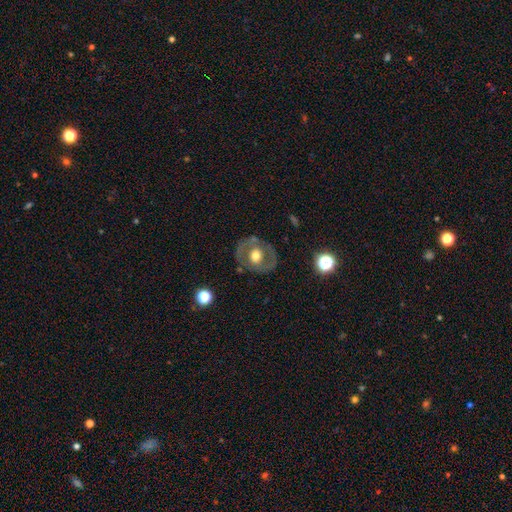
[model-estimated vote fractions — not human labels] This is possibly a featured or disk galaxy (53%). It is clearly not viewed edge-on (95%). Bar: likely no (80%). Spiral arm pattern: clearly no (81%). Central bulge: likely moderate (63%). Merging: likely none (77%).